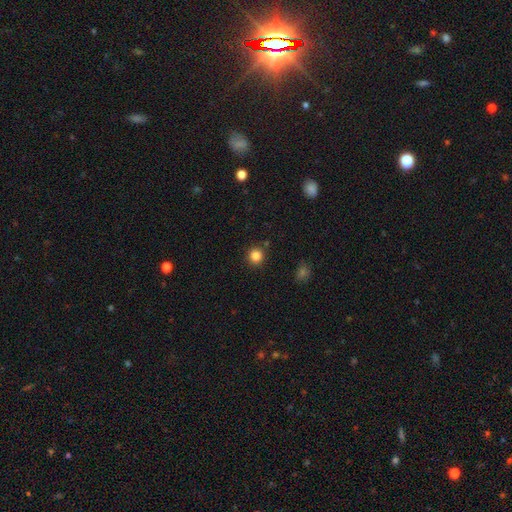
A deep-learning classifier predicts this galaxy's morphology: Q: Smooth or featured?
A: smooth (84%); runner-up: star or artifact (12%)
Q: How rounded?
A: round (93%); runner-up: in between (6%)
Q: Merging?
A: none (88%); runner-up: minor disturbance (7%)